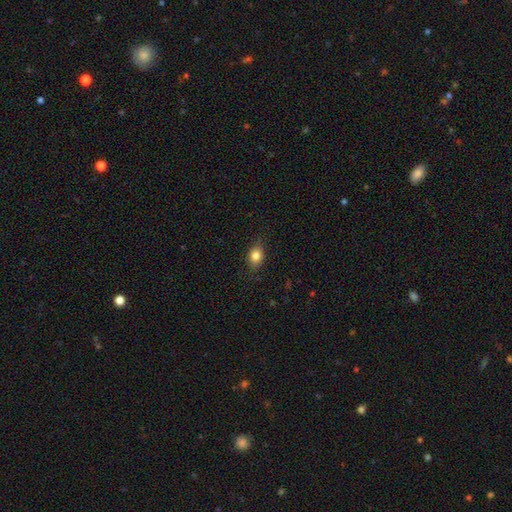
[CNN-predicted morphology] Smooth or featured?
  - smooth: 81% *
  - featured or disk: 10%
  - star or artifact: 9%
How rounded?
  - in between: 70% *
  - round: 27%
  - cigar-shaped: 3%
Merging?
  - none: 82% *
  - minor disturbance: 14%
  - major disturbance: 3%
  - merger: 1%